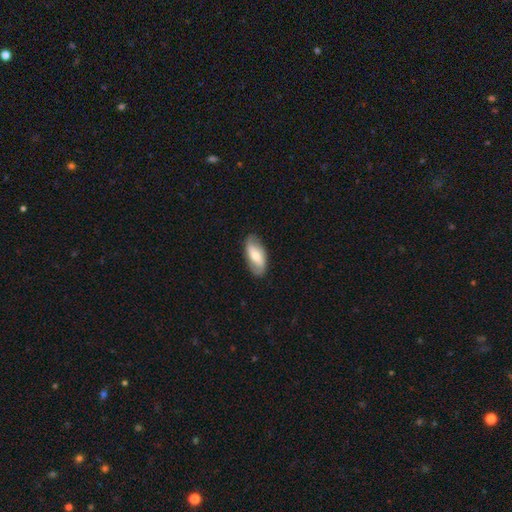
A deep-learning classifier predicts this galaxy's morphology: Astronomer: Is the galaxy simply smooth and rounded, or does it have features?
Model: smooth — 48% (runner-up: featured or disk, 46%).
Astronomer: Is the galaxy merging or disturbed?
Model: none — 81%.